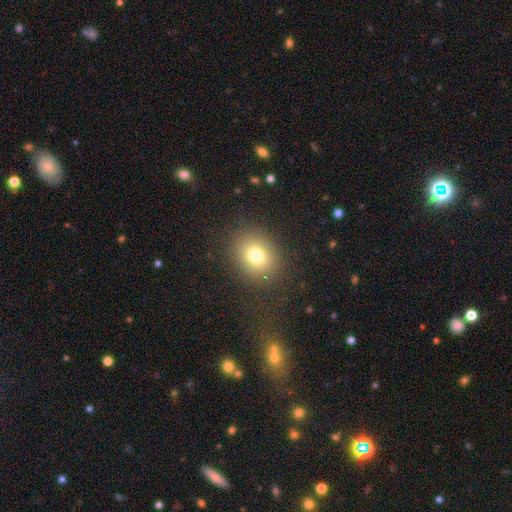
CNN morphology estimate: Smooth or featured?
  - smooth: 76% *
  - star or artifact: 14%
  - featured or disk: 10%
How rounded?
  - round: 60% *
  - in between: 39%
  - cigar-shaped: 1%
Merging?
  - none: 85% *
  - minor disturbance: 8%
  - major disturbance: 5%
  - merger: 1%